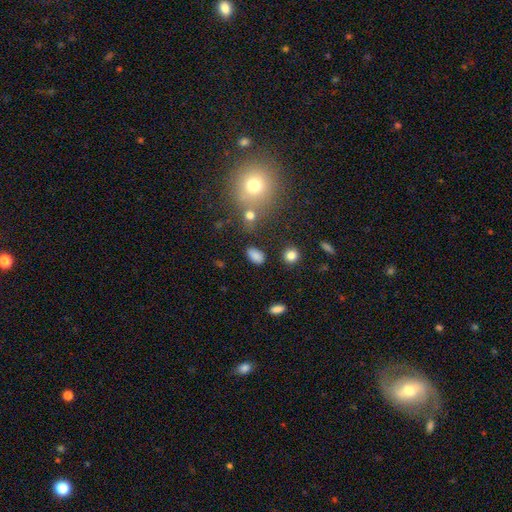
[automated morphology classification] Smooth or featured? smooth (82%)
How rounded? in between (88%)
Merging? none (79%)